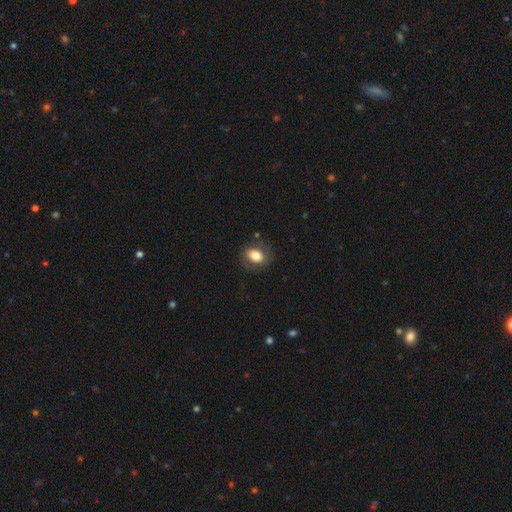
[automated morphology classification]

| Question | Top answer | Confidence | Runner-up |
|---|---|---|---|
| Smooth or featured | smooth | 74% | featured or disk (18%) |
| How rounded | in between | 70% | round (29%) |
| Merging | none | 74% | minor disturbance (16%) |